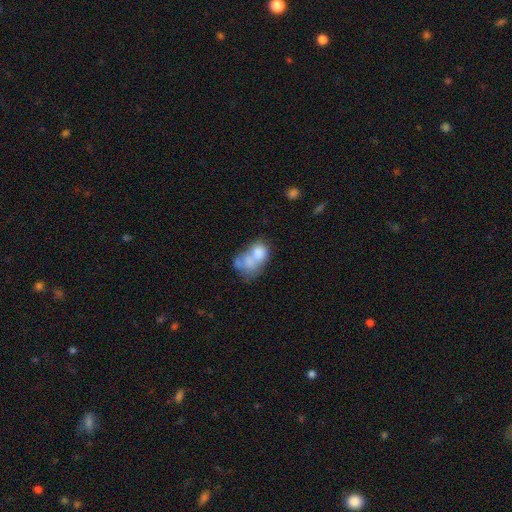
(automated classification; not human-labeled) This appears to be a smooth galaxy with no disk features (63%) that is in between round and cigar-shaped (69%). Merging: merger (61%).